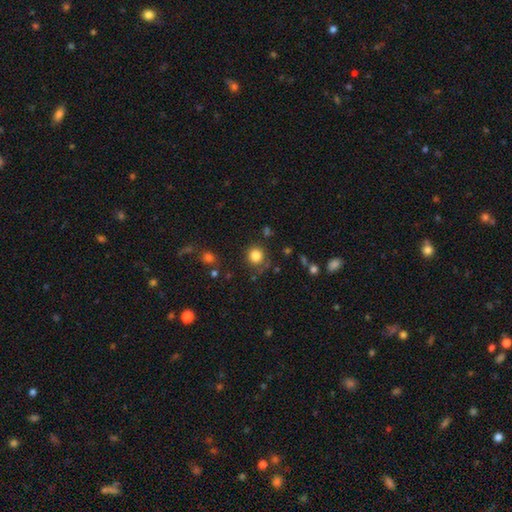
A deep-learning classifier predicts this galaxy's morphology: Overall: smooth (83%). How rounded: round (91%). Merging: none (81%).